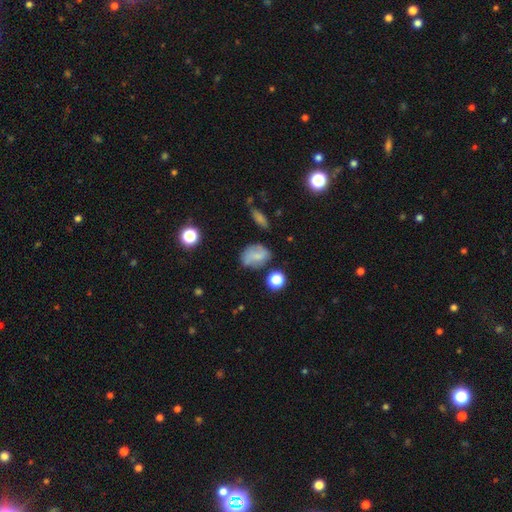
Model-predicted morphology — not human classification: A smooth galaxy with no disk features (60%) that is in between round and cigar-shaped (60%). Merging: none (61%).